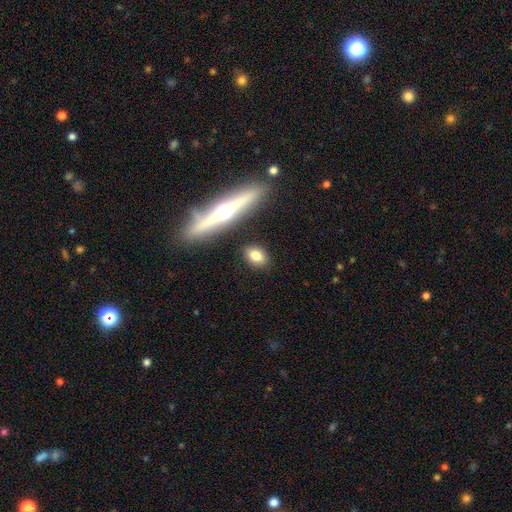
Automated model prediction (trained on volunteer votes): Morphology: type=smooth (75%); roundness=in between (72%); merging=none (86%).